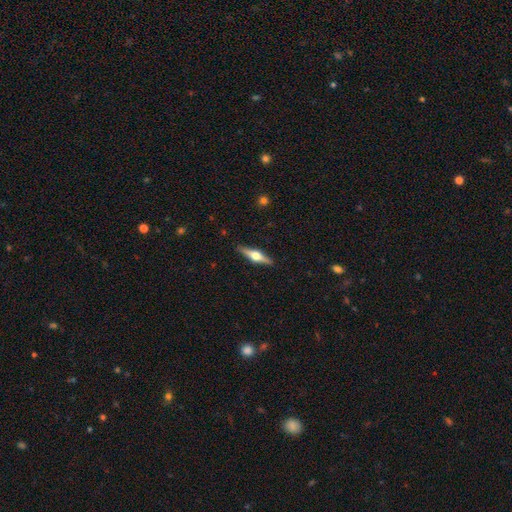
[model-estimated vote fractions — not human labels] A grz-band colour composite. It shows a featured or disk galaxy (71%) viewed edge-on (97%) with a rounded central bulge (96%). Merging: none (91%).